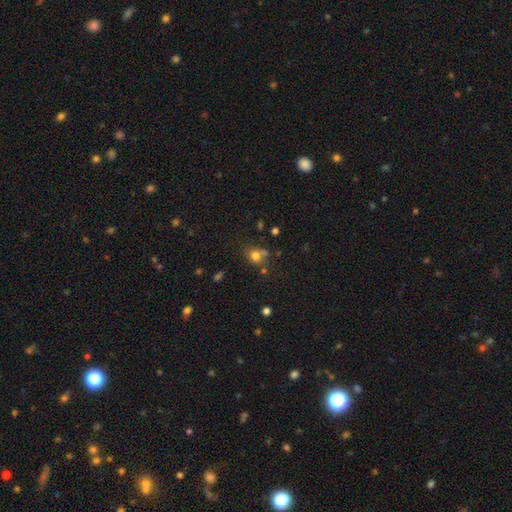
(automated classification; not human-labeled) Morphology: type=smooth (75%); roundness=round (72%); merging=none (56%).